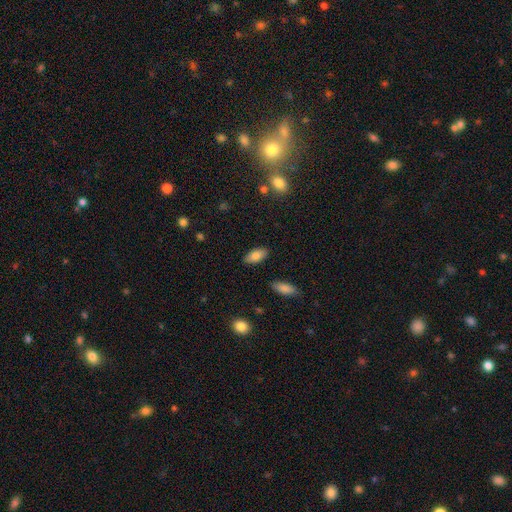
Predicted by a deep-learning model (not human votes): smooth_or_featured: smooth (p=0.82) [alt: featured or disk p=0.11]
how_rounded: in between (p=0.90) [alt: cigar-shaped p=0.07]
merging: none (p=0.87) [alt: minor disturbance p=0.09]